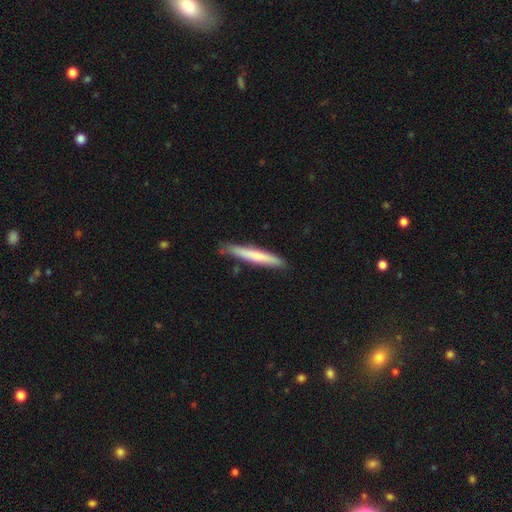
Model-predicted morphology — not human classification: Smooth or featured?
  - smooth: 68% *
  - featured or disk: 27%
  - star or artifact: 5%
How rounded?
  - cigar-shaped: 95% *
  - in between: 3%
  - round: 1%
Merging?
  - none: 82% *
  - minor disturbance: 14%
  - major disturbance: 2%
  - merger: 2%